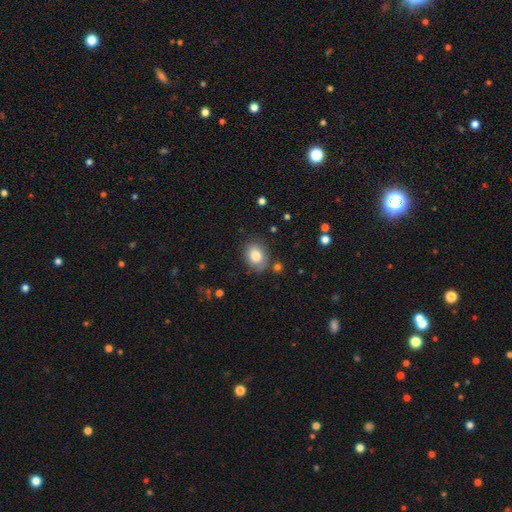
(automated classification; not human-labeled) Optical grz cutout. It shows a smooth galaxy with no disk features (81%) that is in between round and cigar-shaped (54%). Merging: none (78%).